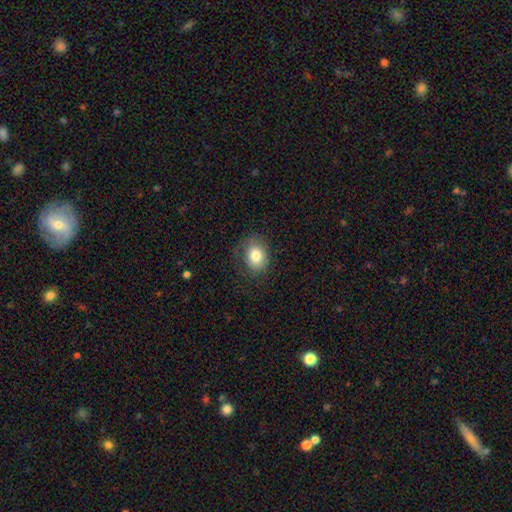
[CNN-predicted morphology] type=smooth (80%); roundness=in between (50%); merging=none (71%).